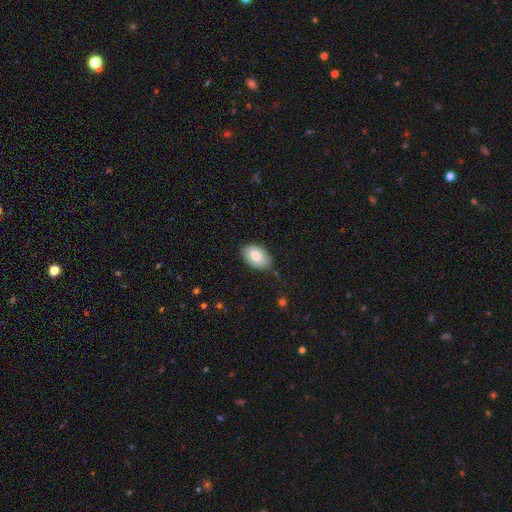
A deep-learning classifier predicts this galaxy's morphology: A smooth galaxy with no disk features (75%) that is in between round and cigar-shaped (89%). Merging: none (78%).